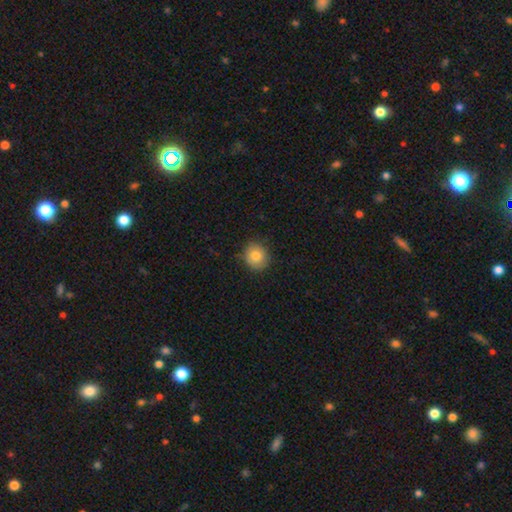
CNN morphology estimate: smooth_or_featured: smooth (p=0.79) [alt: featured or disk p=0.11]
how_rounded: round (p=0.83) [alt: in between p=0.16]
merging: none (p=0.84) [alt: minor disturbance p=0.13]